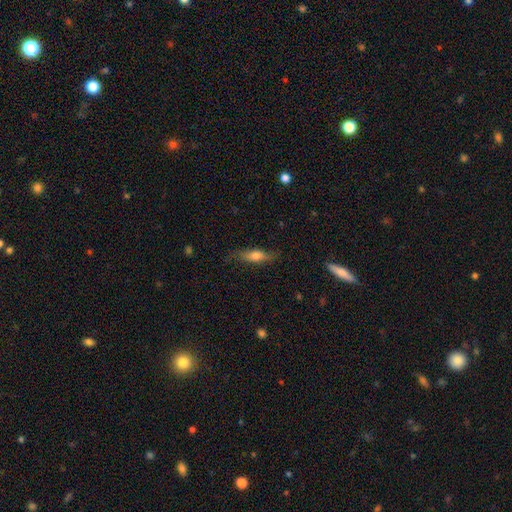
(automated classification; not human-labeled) Smooth or featured? smooth (57%)
How rounded? cigar-shaped (60%)
Merging? none (74%)